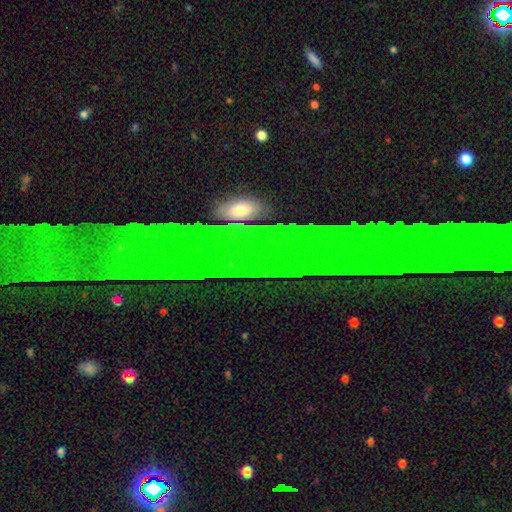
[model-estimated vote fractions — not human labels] Q: Smooth or featured?
A: star or artifact (61%); runner-up: featured or disk (21%)